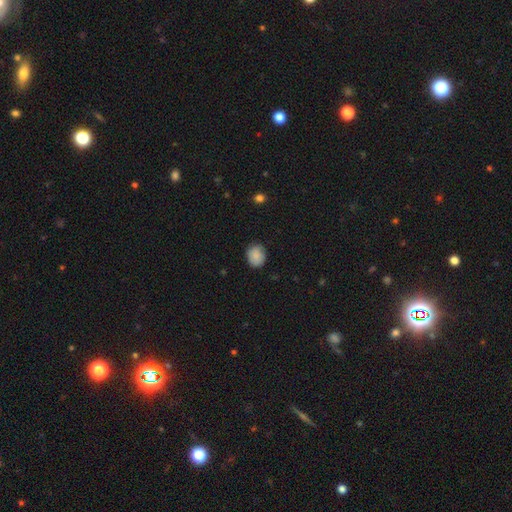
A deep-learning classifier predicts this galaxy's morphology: smooth-or-featured: smooth: 87% | star or artifact: 8% | featured or disk: 6%
  how-rounded: round: 66% | in between: 33% | cigar-shaped: 1%
  merging: none: 80% | minor disturbance: 16% | major disturbance: 3% | merger: 1%